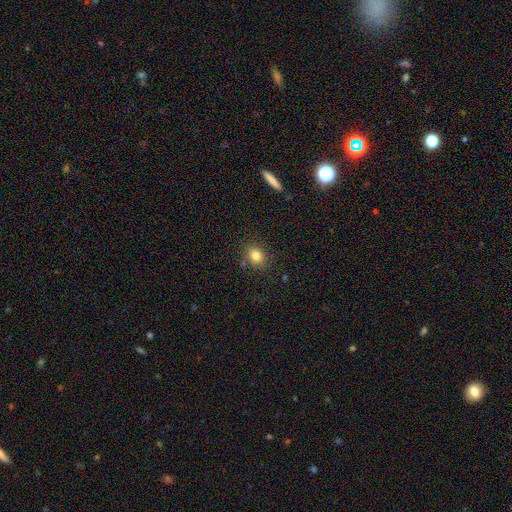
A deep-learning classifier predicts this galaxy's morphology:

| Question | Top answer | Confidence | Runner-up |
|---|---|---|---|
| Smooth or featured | smooth | 82% | star or artifact (11%) |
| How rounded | round | 62% | in between (37%) |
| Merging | none | 81% | minor disturbance (13%) |